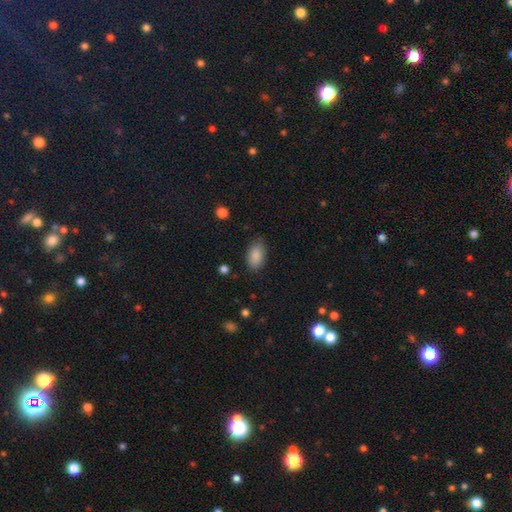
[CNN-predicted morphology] Overall: smooth (88%). How rounded: in between (92%). Merging: none (79%).